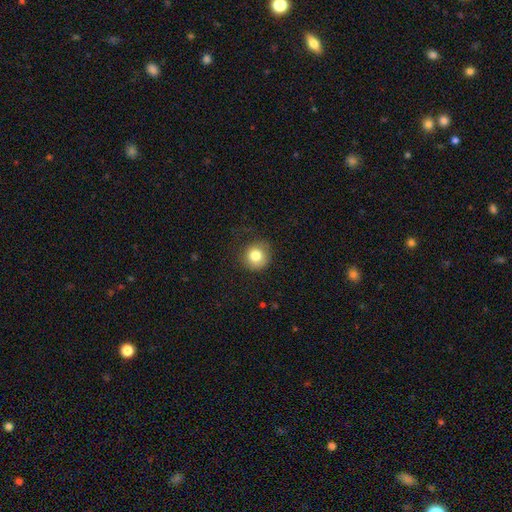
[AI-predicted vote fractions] smooth_or_featured: smooth (p=0.80) [alt: featured or disk p=0.11]
how_rounded: round (p=0.90) [alt: in between p=0.09]
merging: none (p=0.72) [alt: minor disturbance p=0.18]